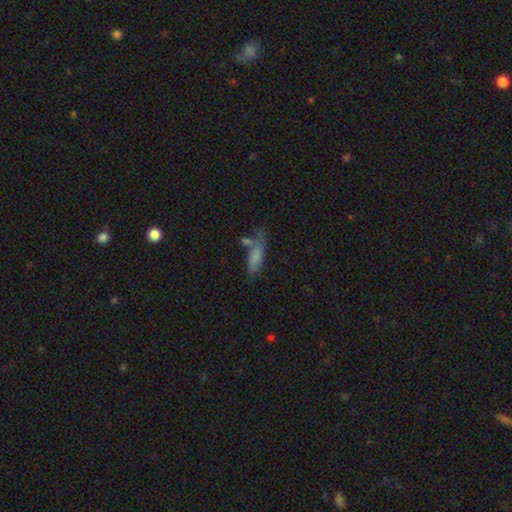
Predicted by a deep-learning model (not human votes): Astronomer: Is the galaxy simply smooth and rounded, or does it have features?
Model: smooth — 74%.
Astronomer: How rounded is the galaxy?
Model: cigar-shaped — 50% (runner-up: in between, 47%).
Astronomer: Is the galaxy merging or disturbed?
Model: none — 49%.